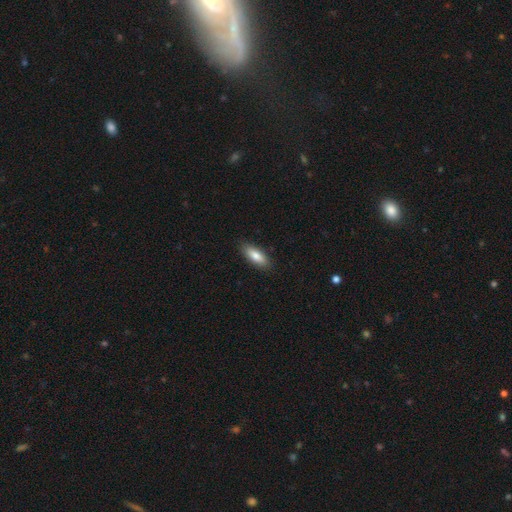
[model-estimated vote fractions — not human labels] smooth-or-featured: smooth: 81% | featured or disk: 13% | star or artifact: 6%
  how-rounded: in between: 69% | cigar-shaped: 29% | round: 2%
  merging: none: 88% | minor disturbance: 9% | major disturbance: 2% | merger: 1%